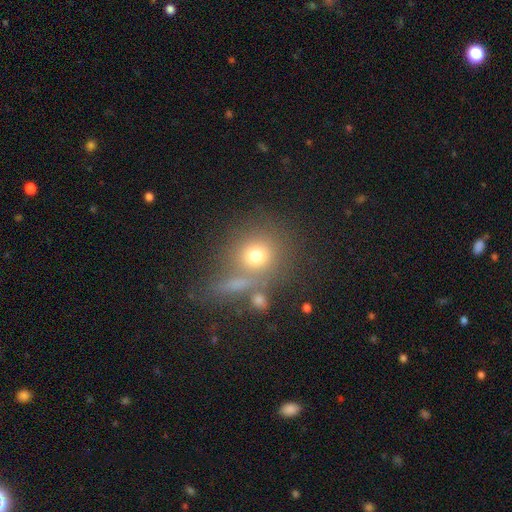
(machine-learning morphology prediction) This is likely a smooth galaxy (70%). How rounded: clearly round (85%). Merging: likely none (60%).